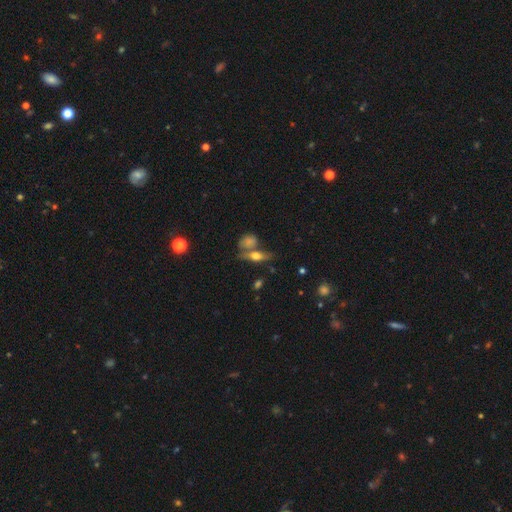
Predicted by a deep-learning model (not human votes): Smooth or featured: featured or disk — 48% (smooth — 42%)
Merging: none — 58% (merger — 25%)